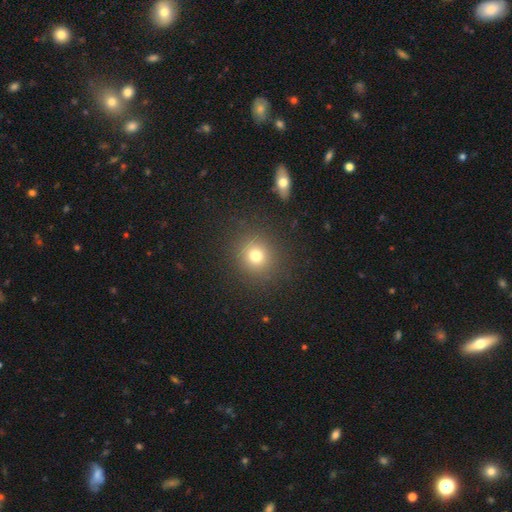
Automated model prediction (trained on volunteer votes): This is likely a smooth galaxy (76%). How rounded: clearly round (85%). Merging: clearly none (88%).